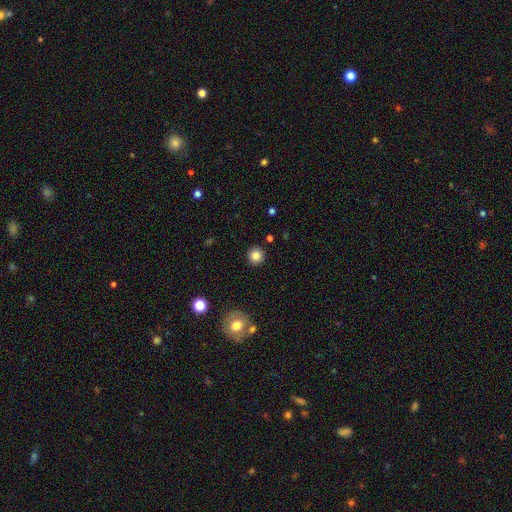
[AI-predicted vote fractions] smooth_or_featured: smooth (p=0.84) [alt: star or artifact p=0.11]
how_rounded: round (p=0.95) [alt: in between p=0.04]
merging: none (p=0.91) [alt: minor disturbance p=0.05]